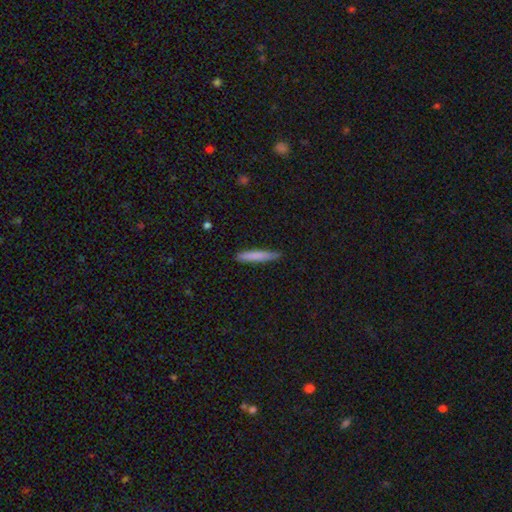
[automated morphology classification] The model was most divided on "smooth or featured": smooth: 79%, featured or disk: 16%, star or artifact: 6%. More confident: how rounded — cigar-shaped (93%); merging — none (84%).